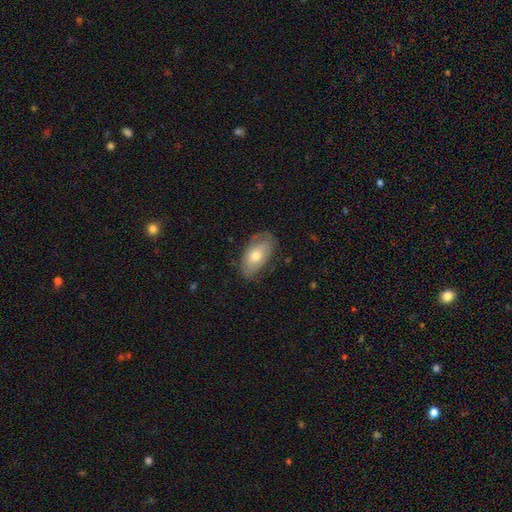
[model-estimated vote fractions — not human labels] This is likely a smooth galaxy (63%). How rounded: clearly in between (92%). Merging: likely none (71%).